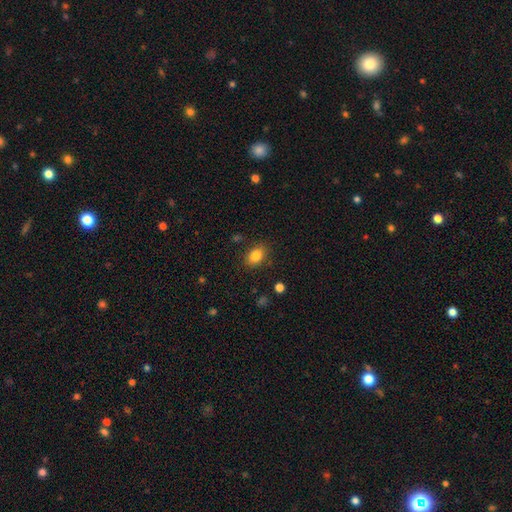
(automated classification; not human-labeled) Smooth or featured? Predicted: smooth (p=0.84). How rounded? Predicted: in between (p=0.73). Merging? Predicted: none (p=0.83).